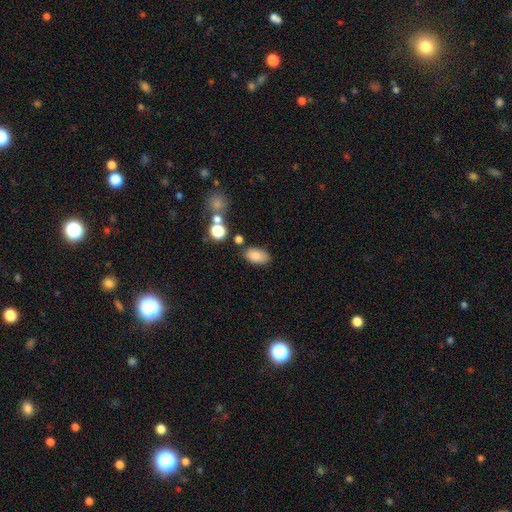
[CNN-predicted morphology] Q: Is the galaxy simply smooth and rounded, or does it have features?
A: smooth — 81%.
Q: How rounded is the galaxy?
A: in between — 92%.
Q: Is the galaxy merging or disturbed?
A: none — 77%.